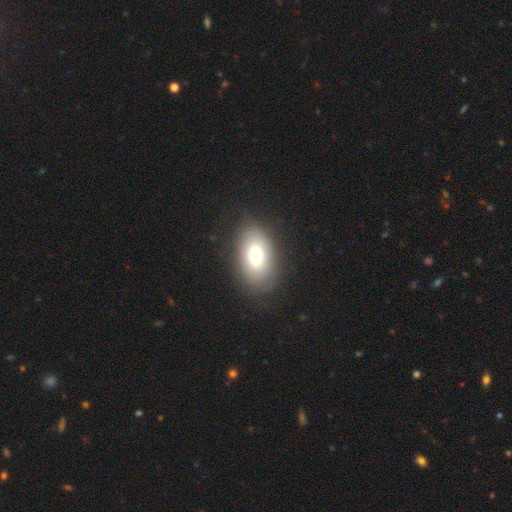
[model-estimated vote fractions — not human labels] smooth 68%, featured or disk 24%, star or artifact 8%. Down the decision tree: how rounded — in between (90%); merging — none (81%).